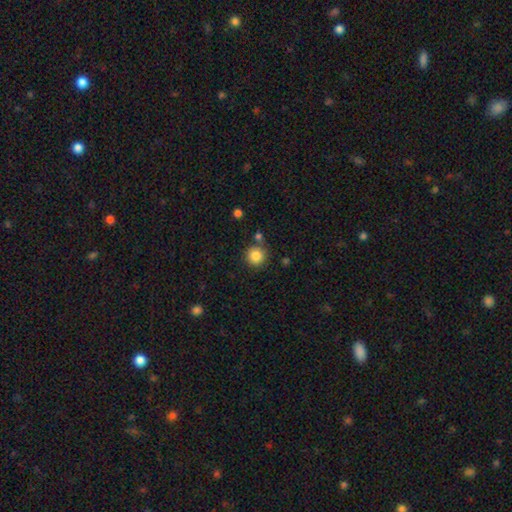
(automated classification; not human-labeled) smooth_or_featured: smooth (p=0.85) [alt: star or artifact p=0.10]
how_rounded: round (p=0.94) [alt: in between p=0.05]
merging: none (p=0.82) [alt: minor disturbance p=0.08]